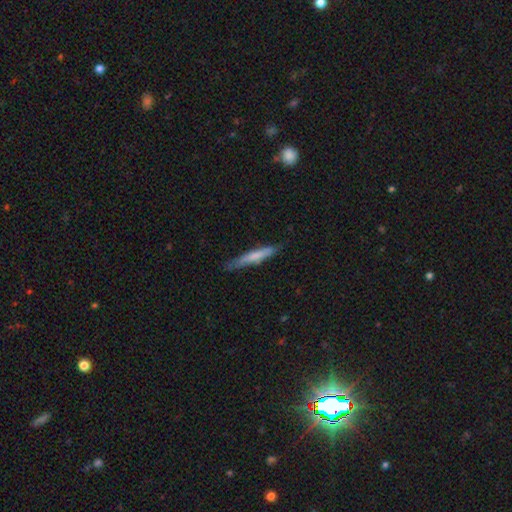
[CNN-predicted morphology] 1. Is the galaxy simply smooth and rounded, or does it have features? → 64% smooth, 30% featured or disk, 6% star or artifact.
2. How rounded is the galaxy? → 93% cigar-shaped, 6% in between, 1% round.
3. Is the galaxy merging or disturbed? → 80% none, 16% minor disturbance, 3% major disturbance, 1% merger.